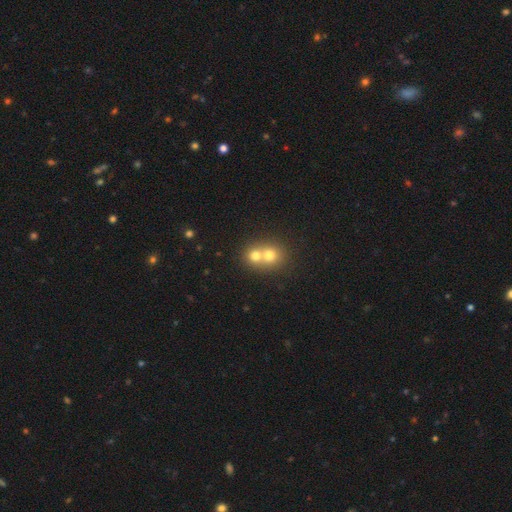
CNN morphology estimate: Smooth or featured? smooth (71%)
How rounded? round (80%)
Merging? merger (66%)